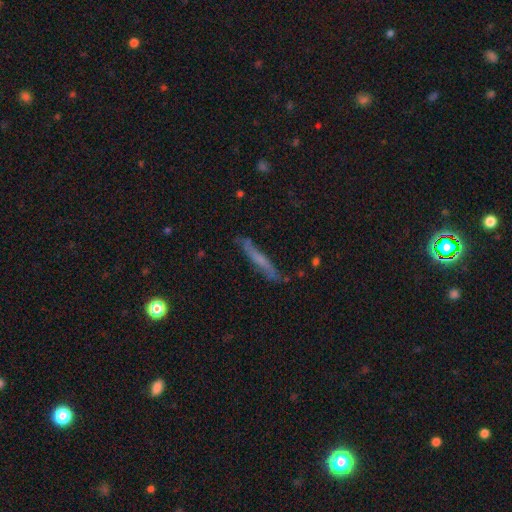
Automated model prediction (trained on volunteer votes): Q: Smooth or featured?
A: featured or disk (45%); runner-up: smooth (41%)
Q: Merging?
A: none (79%); runner-up: minor disturbance (15%)